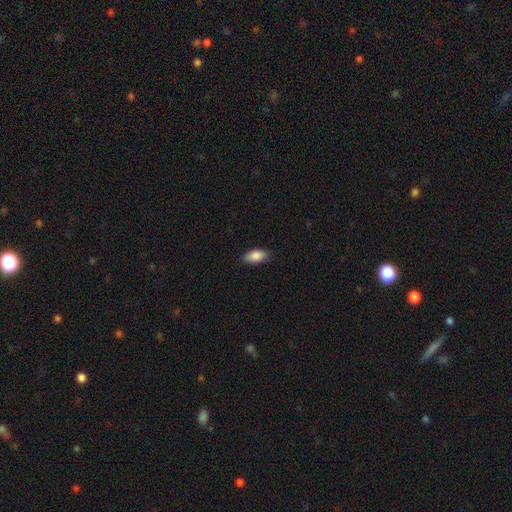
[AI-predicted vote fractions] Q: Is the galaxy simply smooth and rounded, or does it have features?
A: smooth — 88%.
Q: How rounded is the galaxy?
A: in between — 92%.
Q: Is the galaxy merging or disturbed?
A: none — 86%.